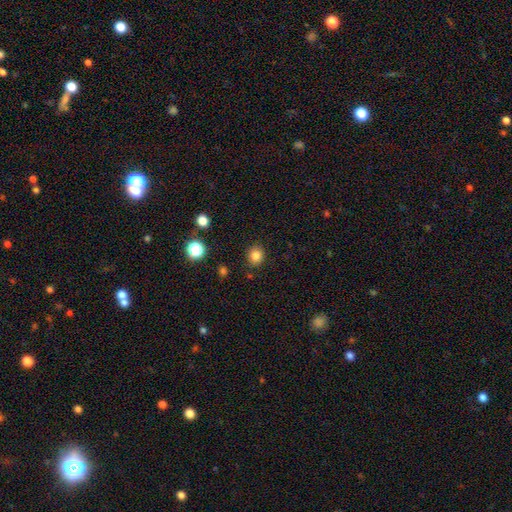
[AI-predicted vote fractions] smooth_or_featured: smooth (p=0.82) [alt: star or artifact p=0.13]
how_rounded: round (p=0.80) [alt: in between p=0.19]
merging: none (p=0.88) [alt: minor disturbance p=0.08]